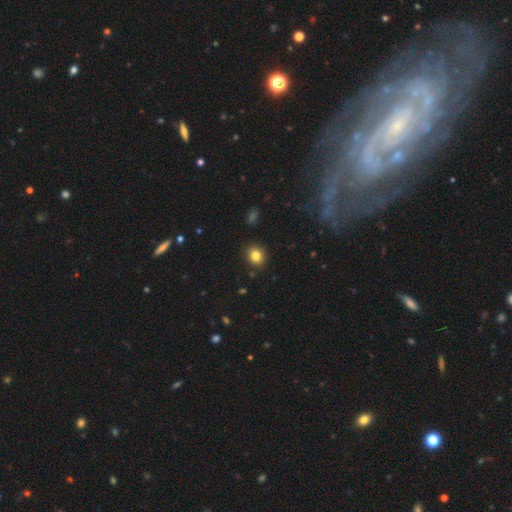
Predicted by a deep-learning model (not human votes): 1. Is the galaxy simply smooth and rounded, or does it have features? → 82% smooth, 11% star or artifact, 7% featured or disk.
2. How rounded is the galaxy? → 72% round, 27% in between, 1% cigar-shaped.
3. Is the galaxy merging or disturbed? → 90% none, 7% minor disturbance, 2% major disturbance, 1% merger.